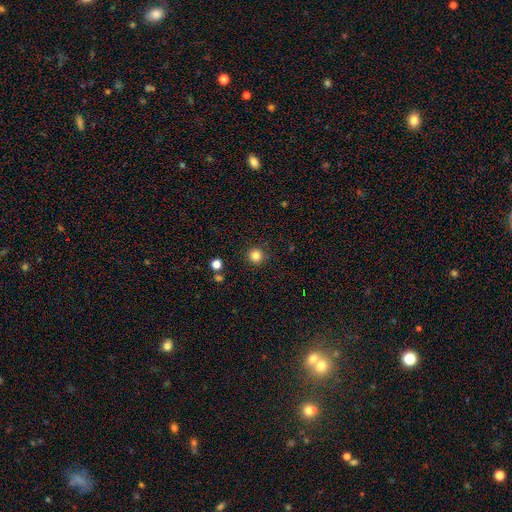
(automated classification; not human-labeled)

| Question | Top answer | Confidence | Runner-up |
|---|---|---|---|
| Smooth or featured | smooth | 84% | star or artifact (12%) |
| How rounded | round | 95% | in between (4%) |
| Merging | none | 91% | minor disturbance (5%) |